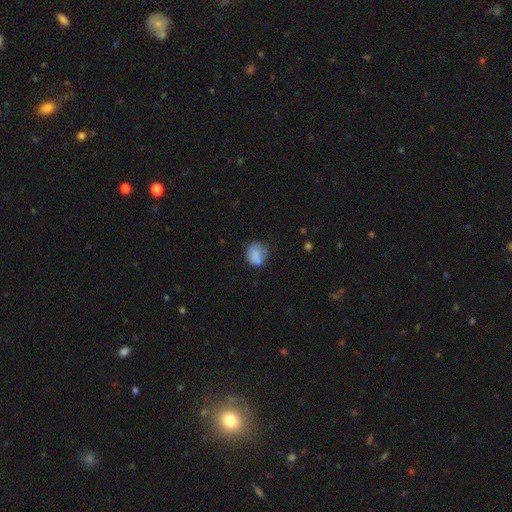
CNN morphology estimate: This is likely a smooth galaxy (78%). How rounded: likely round (65%). Merging: possibly none (54%).